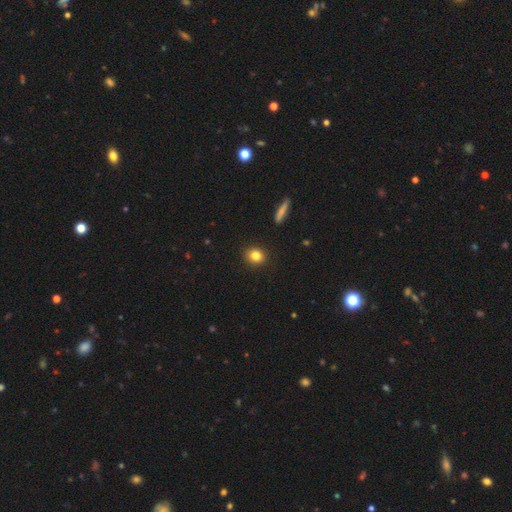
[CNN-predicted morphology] Smooth or featured? smooth (83%)
How rounded? round (73%)
Merging? none (91%)